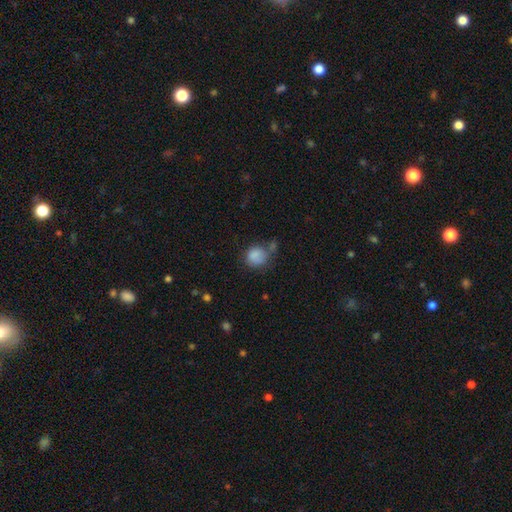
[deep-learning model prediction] Smooth or featured?
  - smooth: 83% *
  - star or artifact: 9%
  - featured or disk: 7%
How rounded?
  - round: 74% *
  - in between: 25%
  - cigar-shaped: 1%
Merging?
  - none: 52% *
  - minor disturbance: 23%
  - merger: 15%
  - major disturbance: 10%